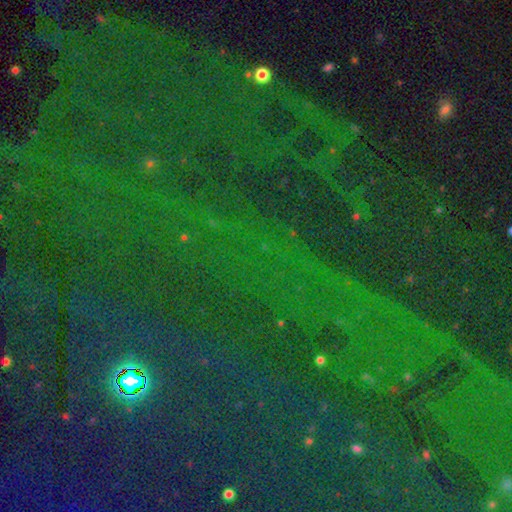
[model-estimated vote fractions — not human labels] A star or artifact, not a galaxy (85%).

Vote fractions:
- Smooth or featured? star or artifact: 85% / smooth: 8% / featured or disk: 7%